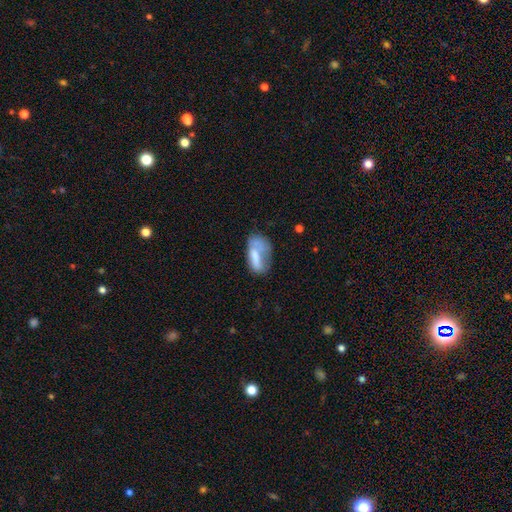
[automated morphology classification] Smooth or featured: smooth — 62% (featured or disk — 29%)
How rounded: in between — 85% (cigar-shaped — 11%)
Merging: major disturbance — 31% (tied with none — 31%)